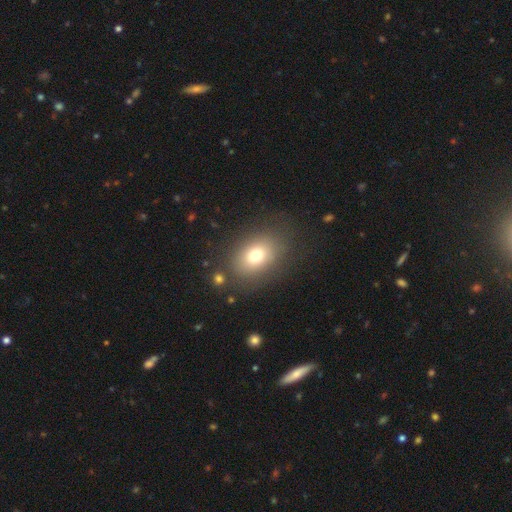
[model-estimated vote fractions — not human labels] smooth 74%, featured or disk 13%, star or artifact 12%. Down the decision tree: how rounded — in between (69%); merging — none (78%).